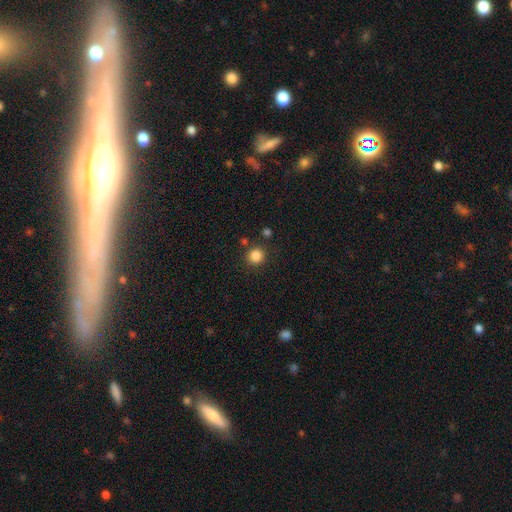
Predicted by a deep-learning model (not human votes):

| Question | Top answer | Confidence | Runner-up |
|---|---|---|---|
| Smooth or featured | smooth | 85% | star or artifact (12%) |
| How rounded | round | 93% | in between (6%) |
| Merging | none | 85% | minor disturbance (7%) |